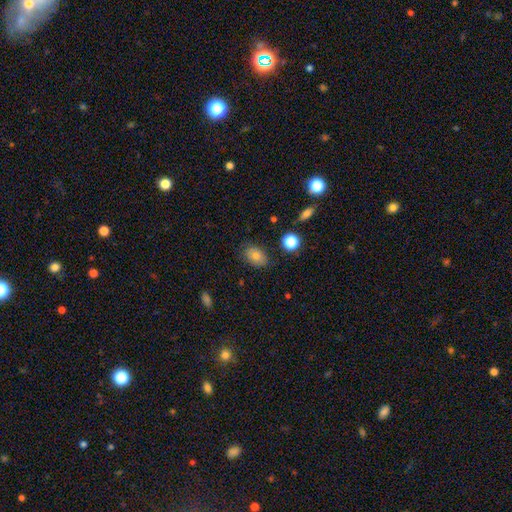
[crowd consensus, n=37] A smooth galaxy with no disk features (81%) that is in between round and cigar-shaped (80%).

Vote fractions:
- Smooth or featured? smooth: 81% / featured or disk: 16% / star or artifact: 3%
- How rounded? in between: 80% / round: 20% / cigar-shaped: 0%
- Merging? none: 83% / major disturbance: 8% / minor disturbance: 6% / merger: 3%